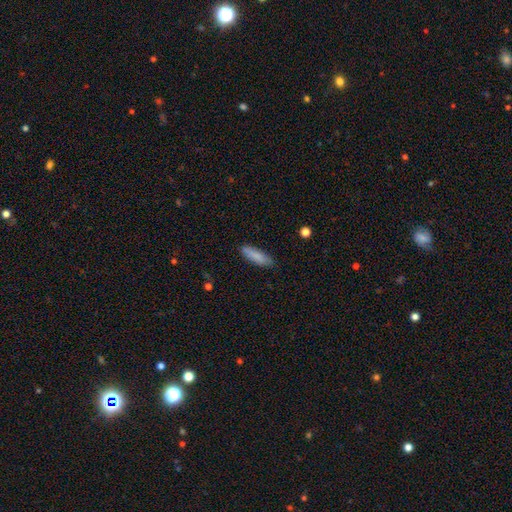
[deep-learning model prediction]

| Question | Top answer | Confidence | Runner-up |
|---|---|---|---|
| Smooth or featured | smooth | 84% | featured or disk (10%) |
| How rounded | cigar-shaped | 61% | in between (37%) |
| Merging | none | 83% | minor disturbance (13%) |